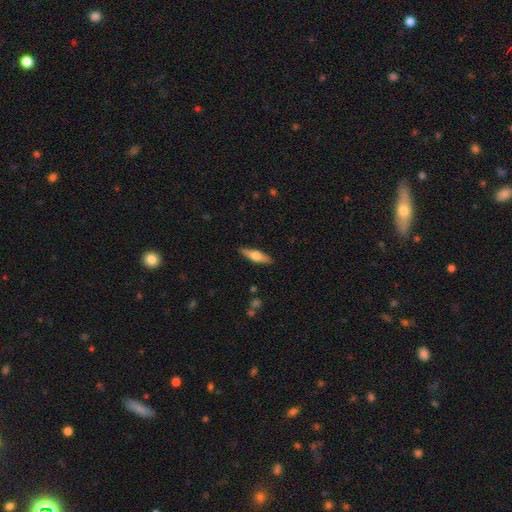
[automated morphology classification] A smooth galaxy with no disk features (47%, tied with featured or disk). Merging: none (89%).